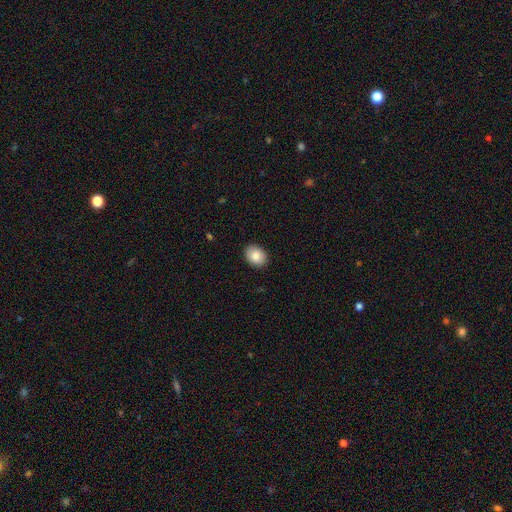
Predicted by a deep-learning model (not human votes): This is clearly a smooth galaxy (85%). How rounded: likely in between (66%). Merging: clearly none (90%).